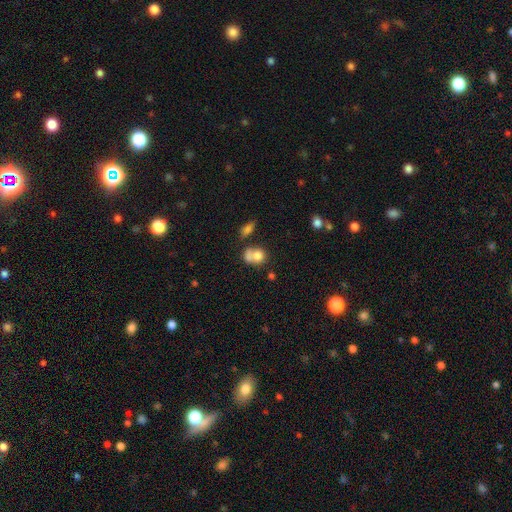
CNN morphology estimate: This is likely a smooth galaxy (76%). How rounded: possibly round (57%). Merging: possibly merger (53%).